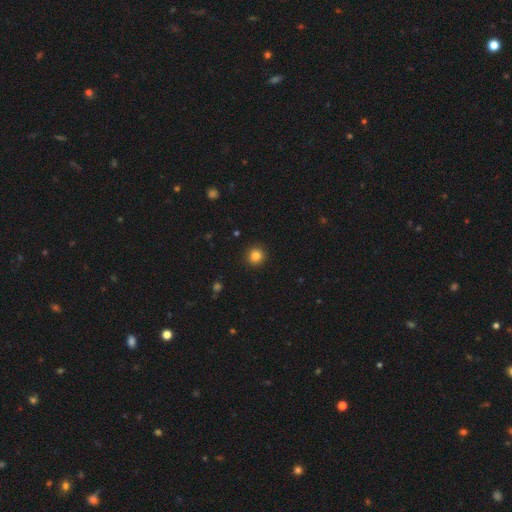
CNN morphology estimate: The model was most divided on "smooth or featured": smooth: 84%, star or artifact: 12%, featured or disk: 4%. More confident: how rounded — round (93%); merging — none (92%).